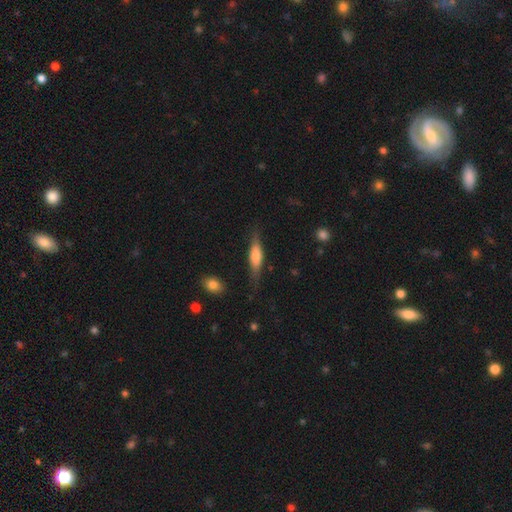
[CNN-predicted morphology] smooth_or_featured: smooth (p=0.53) [alt: featured or disk p=0.40]
how_rounded: cigar-shaped (p=0.64) [alt: in between p=0.33]
merging: none (p=0.76) [alt: minor disturbance p=0.17]